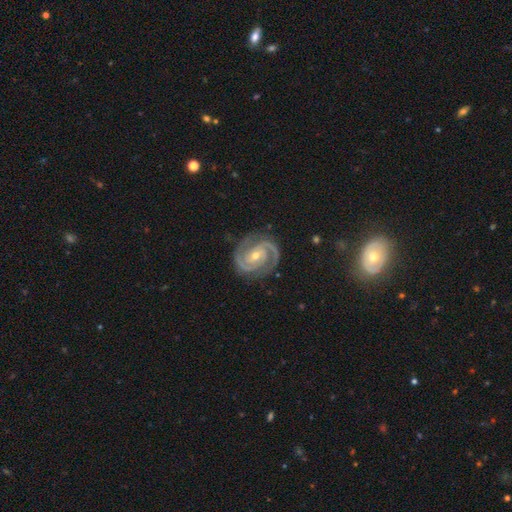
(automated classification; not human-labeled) The model was most divided on "bulge size": small: 52%, moderate: 45%, large: 1%, none: 1%, dominant: 1%. Remaining: spiral arms — yes (99%); edge-on disk — no (98%); smooth or featured — featured or disk (93%); spiral arm count — 2 (88%); merging — none (83%); spiral winding — tight (59%); bar — no (48%).